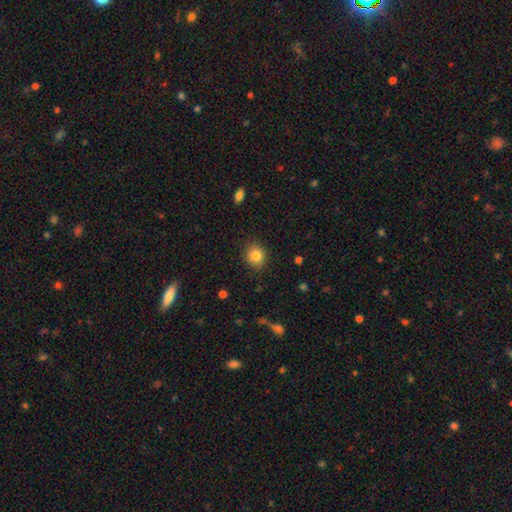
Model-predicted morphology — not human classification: smooth 83%, star or artifact 10%, featured or disk 7%. Down the decision tree: how rounded — round (79%); merging — none (86%).